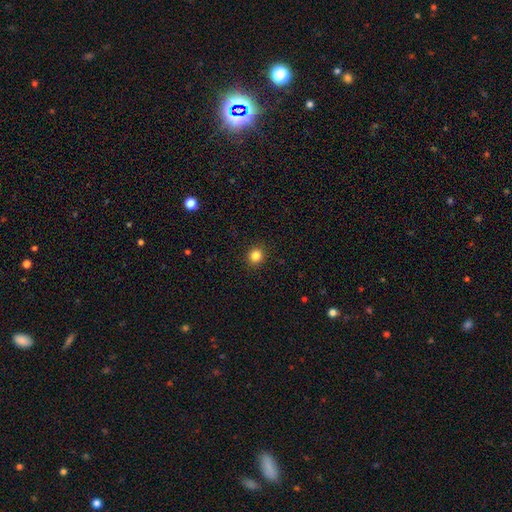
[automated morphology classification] Smooth or featured?
  - smooth: 84% *
  - star or artifact: 12%
  - featured or disk: 4%
How rounded?
  - round: 89% *
  - in between: 10%
  - cigar-shaped: 1%
Merging?
  - none: 92% *
  - minor disturbance: 5%
  - major disturbance: 2%
  - merger: 1%